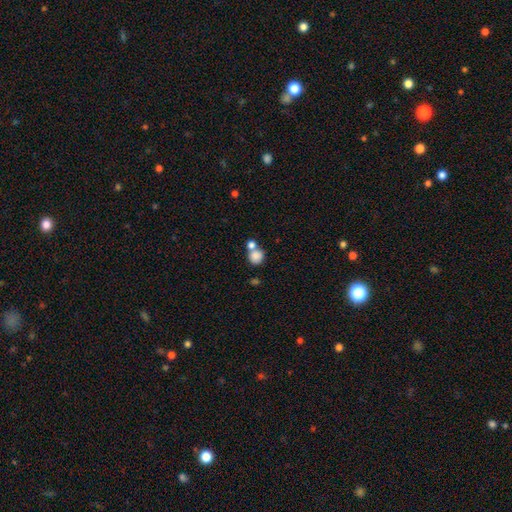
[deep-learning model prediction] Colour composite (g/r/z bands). It shows a smooth galaxy with no disk features (83%) that is round (82%). Merging: none (45%).